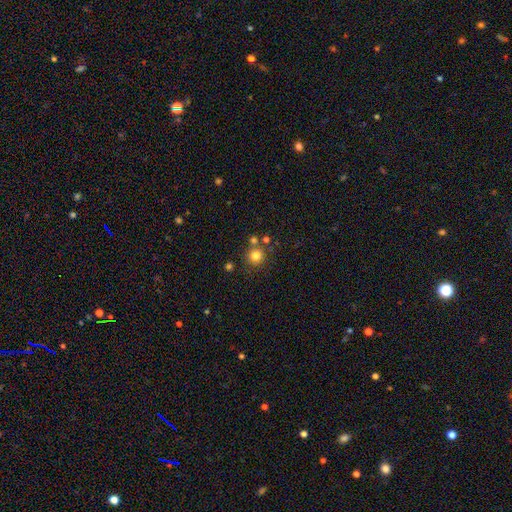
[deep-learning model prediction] This appears to be a smooth galaxy with no disk features (81%) that is round (92%). Merging: none (75%).